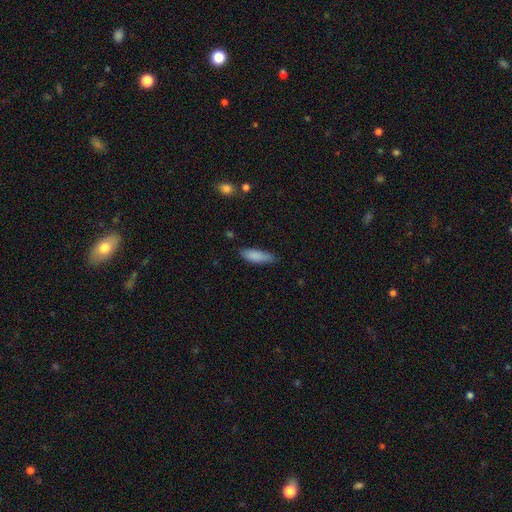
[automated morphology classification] smooth_or_featured: smooth (p=0.86) [alt: featured or disk p=0.08]
how_rounded: cigar-shaped (p=0.51) [alt: in between p=0.48]
merging: none (p=0.71) [alt: minor disturbance p=0.23]